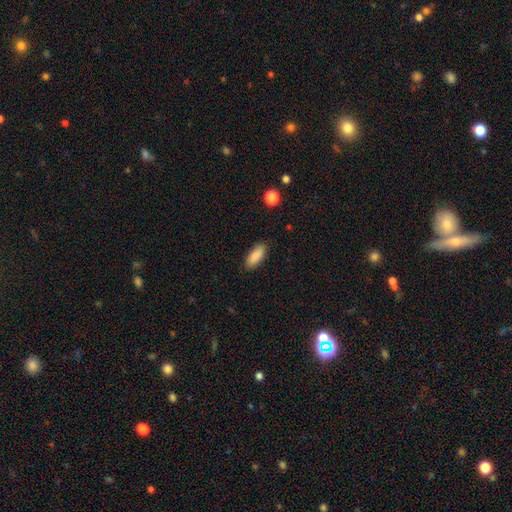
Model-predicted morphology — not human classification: Q: Smooth or featured?
A: smooth (88%); runner-up: star or artifact (7%)
Q: How rounded?
A: in between (76%); runner-up: cigar-shaped (22%)
Q: Merging?
A: none (87%); runner-up: minor disturbance (10%)